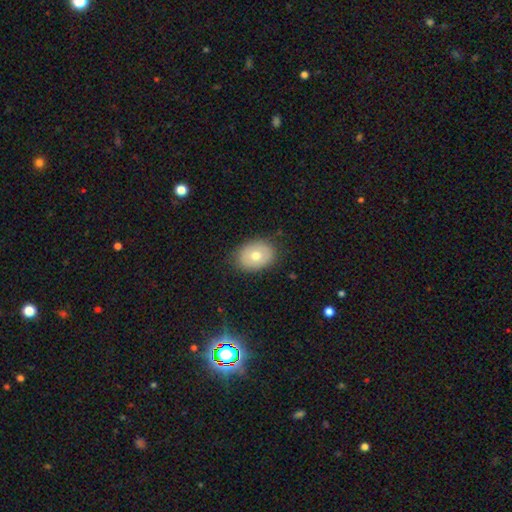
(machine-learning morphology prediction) Smooth or featured?
  - smooth: 67% *
  - featured or disk: 24%
  - star or artifact: 9%
How rounded?
  - in between: 64% *
  - round: 35%
  - cigar-shaped: 1%
Merging?
  - none: 85% *
  - minor disturbance: 11%
  - major disturbance: 3%
  - merger: 1%